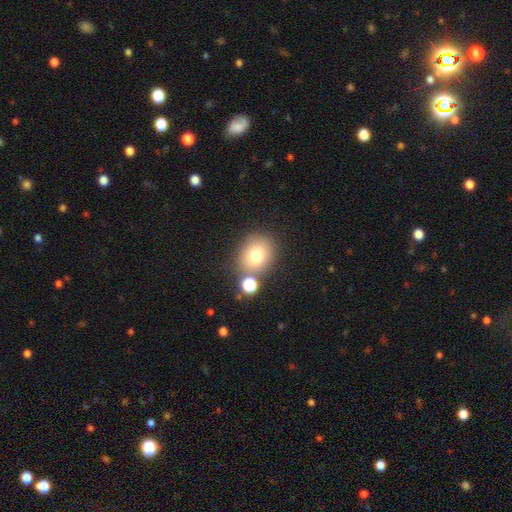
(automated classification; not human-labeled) A smooth galaxy with no disk features (74%) that is round (67%).

Vote fractions:
- Smooth or featured? smooth: 74% / star or artifact: 14% / featured or disk: 12%
- How rounded? round: 67% / in between: 32% / cigar-shaped: 1%
- Merging? none: 73% / merger: 13% / minor disturbance: 11% / major disturbance: 4%